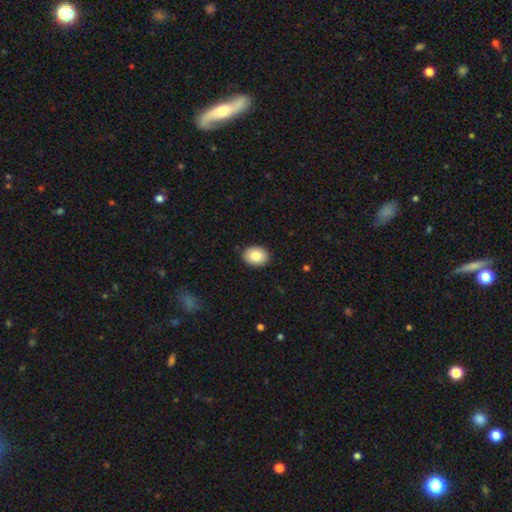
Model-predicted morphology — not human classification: type=smooth (86%); roundness=in between (65%); merging=none (90%).